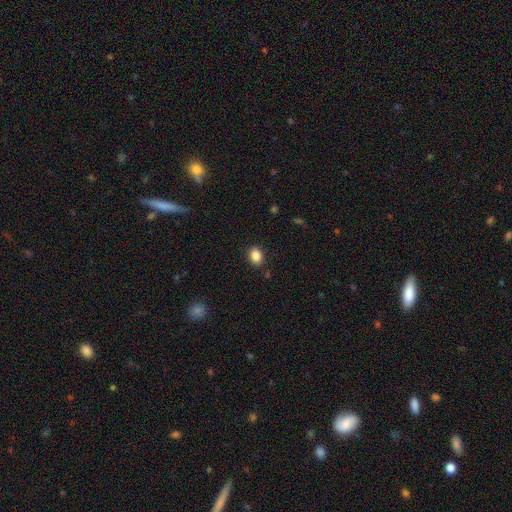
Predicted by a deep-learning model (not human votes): smooth-or-featured: smooth: 87% | star or artifact: 9% | featured or disk: 4%
  how-rounded: in between: 62% | round: 37% | cigar-shaped: 1%
  merging: none: 88% | minor disturbance: 9% | major disturbance: 2% | merger: 1%